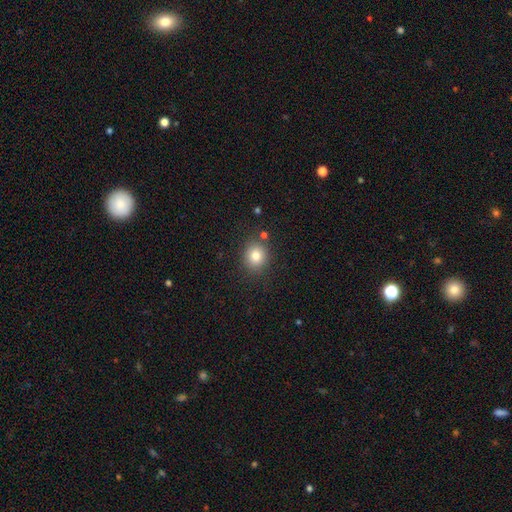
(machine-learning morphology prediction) Smooth or featured?
  - smooth: 81% *
  - star or artifact: 12%
  - featured or disk: 8%
How rounded?
  - round: 80% *
  - in between: 19%
  - cigar-shaped: 1%
Merging?
  - none: 82% *
  - minor disturbance: 10%
  - merger: 5%
  - major disturbance: 3%